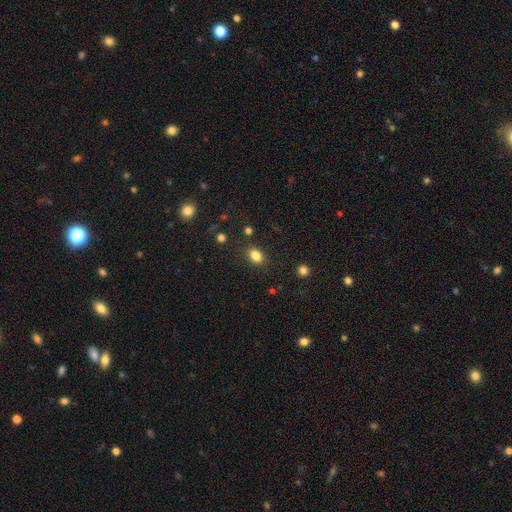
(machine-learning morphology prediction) This appears to be a smooth galaxy with no disk features (84%) that is in between round and cigar-shaped (77%). Merging: none (83%).